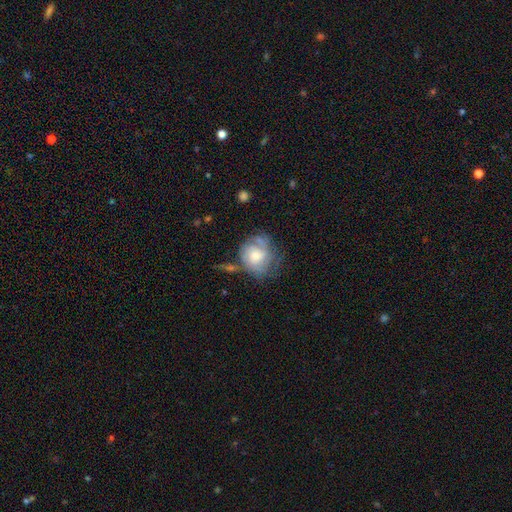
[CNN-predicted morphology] Smooth or featured? Predicted: featured or disk (p=0.56). Edge-on disk? Predicted: no (p=0.97). Bar? Predicted: no (p=0.75). Spiral arms? Predicted: yes (p=0.77). Bulge size? Predicted: moderate (p=0.47). Merging? Predicted: none (p=0.48).